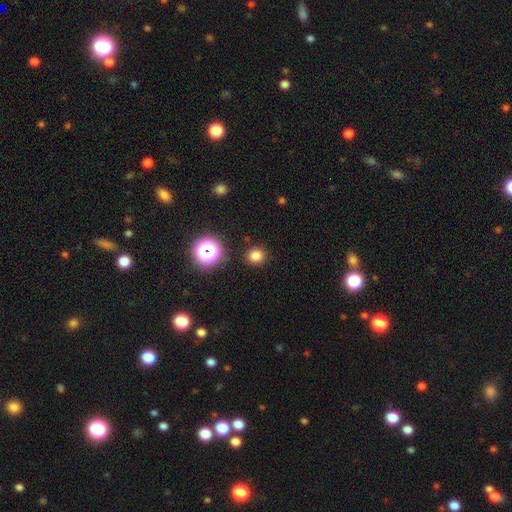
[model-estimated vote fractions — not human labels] A smooth galaxy with no disk features (79%) that is round (88%). Merging: none (89%).